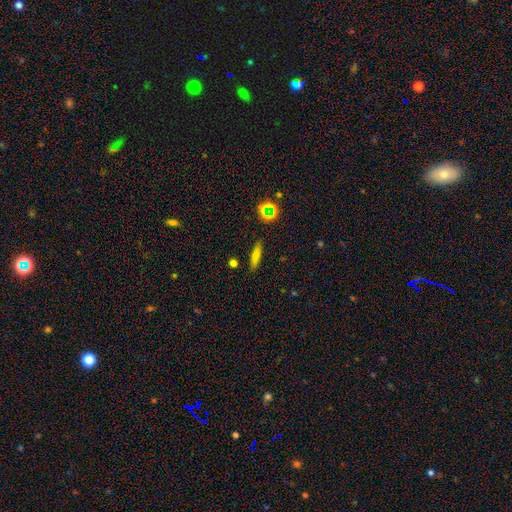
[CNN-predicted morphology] Smooth or featured? Predicted: smooth (p=0.68). How rounded? Predicted: cigar-shaped (p=0.80). Merging? Predicted: none (p=0.86).